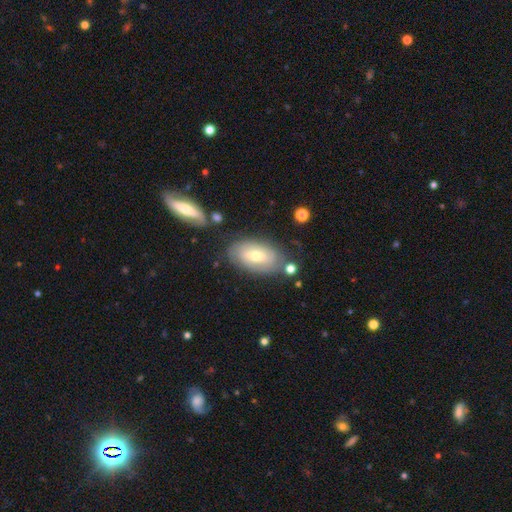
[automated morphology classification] Q: Smooth or featured?
A: featured or disk (50%); runner-up: smooth (43%)
Q: Edge-on disk?
A: no (88%); runner-up: yes (12%)
Q: Merging?
A: none (73%); runner-up: minor disturbance (16%)